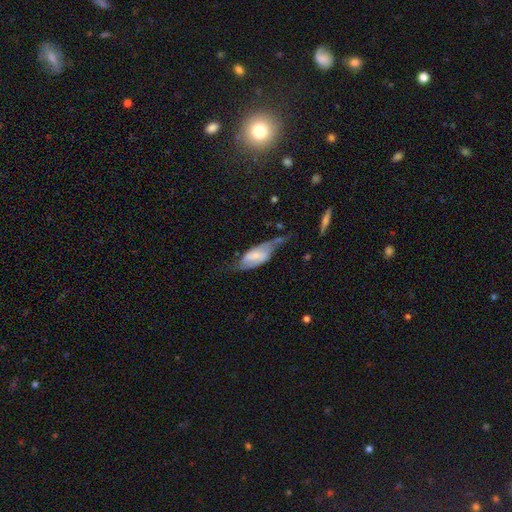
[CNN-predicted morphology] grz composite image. It shows a featured or disk galaxy (60%). Merging: none (34%).